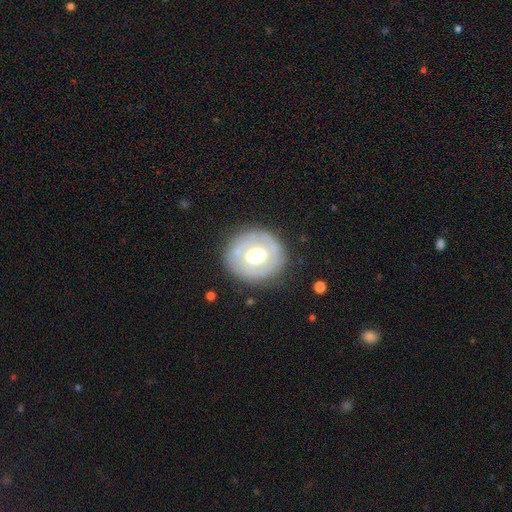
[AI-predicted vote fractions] The model was most divided on "smooth or featured": featured or disk: 53%, smooth: 40%, star or artifact: 7%. More confident: edge-on disk — no (96%); merging — none (79%); spiral arms — no (72%); bar — no (66%); bulge size — moderate (60%).